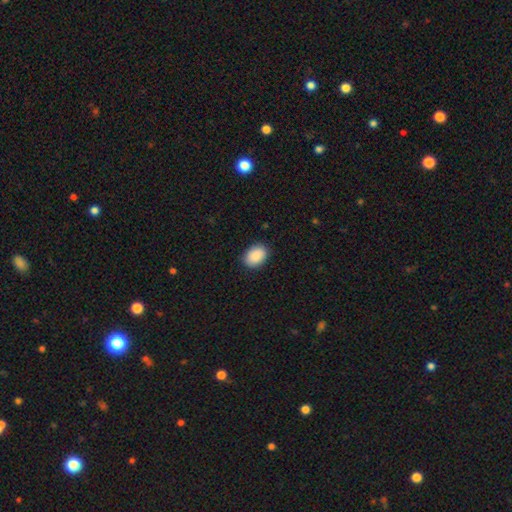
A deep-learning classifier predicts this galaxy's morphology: The model was most divided on "how rounded": in between: 76%, round: 23%, cigar-shaped: 1%. More confident: smooth or featured — smooth (91%); merging — none (88%).